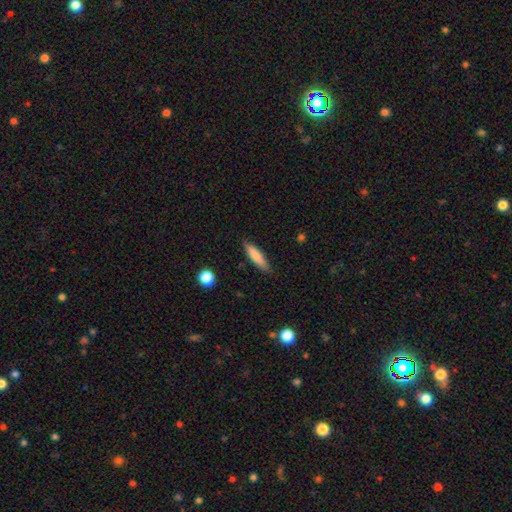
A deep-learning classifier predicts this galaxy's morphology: type=smooth (81%); roundness=cigar-shaped (73%); merging=none (86%).